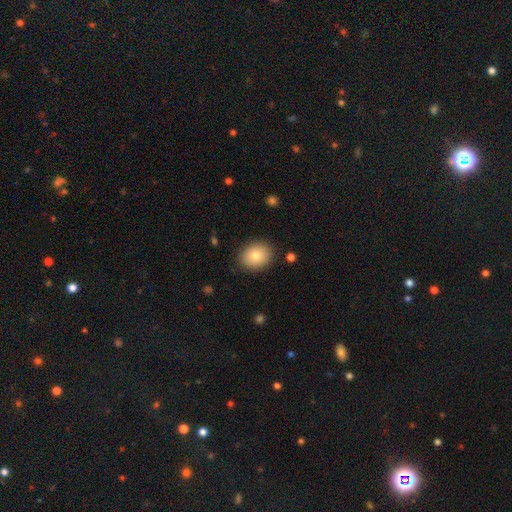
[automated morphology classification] Smooth or featured?
  - smooth: 83% *
  - featured or disk: 9%
  - star or artifact: 8%
How rounded?
  - round: 50% *
  - in between: 49%
  - cigar-shaped: 1%
Merging?
  - none: 87% *
  - minor disturbance: 9%
  - major disturbance: 2%
  - merger: 1%